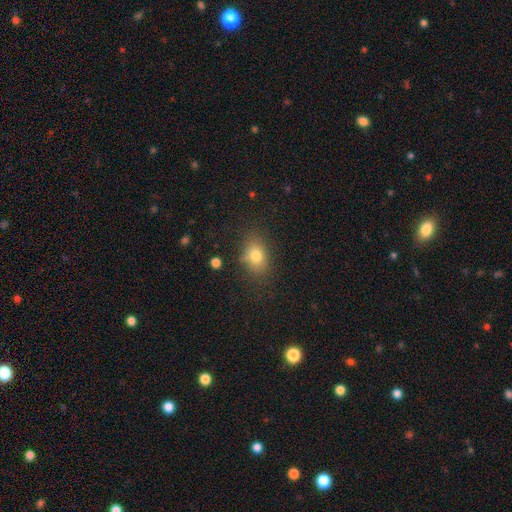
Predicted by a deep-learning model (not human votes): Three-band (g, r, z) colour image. It shows a smooth galaxy with no disk features (78%) that is in between round and cigar-shaped (68%). Merging: none (75%).